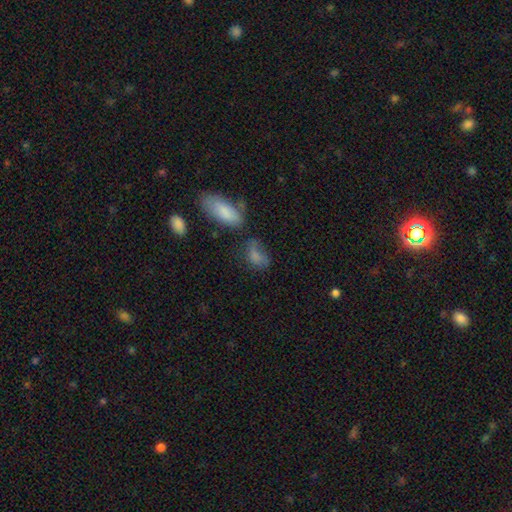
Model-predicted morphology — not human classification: smooth_or_featured: smooth (p=0.75) [alt: featured or disk p=0.13]
how_rounded: in between (p=0.83) [alt: round p=0.12]
merging: none (p=0.36) [alt: minor disturbance p=0.26]